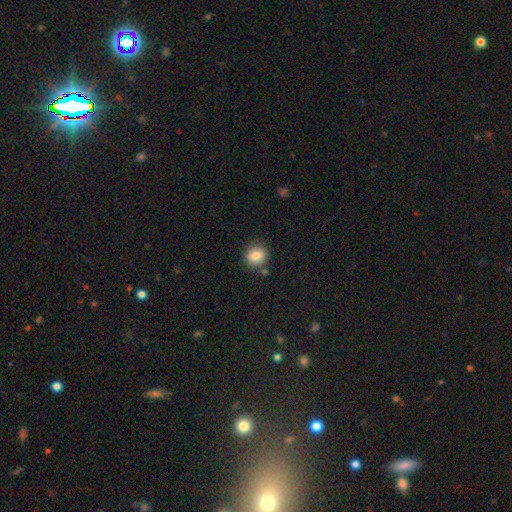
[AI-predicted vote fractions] smooth 85%, star or artifact 9%, featured or disk 6%. Down the decision tree: how rounded — round (80%); merging — none (82%).